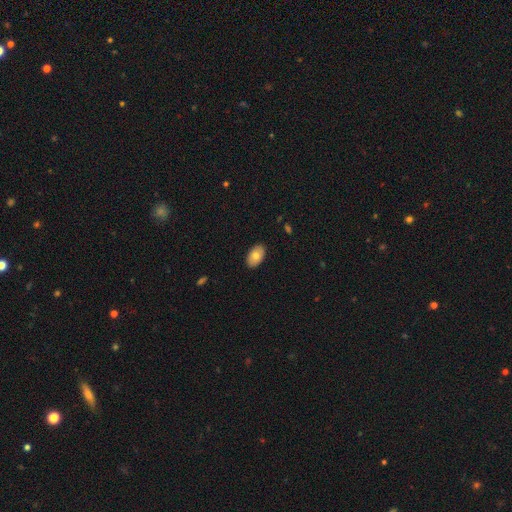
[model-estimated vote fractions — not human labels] Smooth or featured: smooth — 75% (featured or disk — 18%)
How rounded: in between — 93% (round — 6%)
Merging: none — 89% (minor disturbance — 8%)